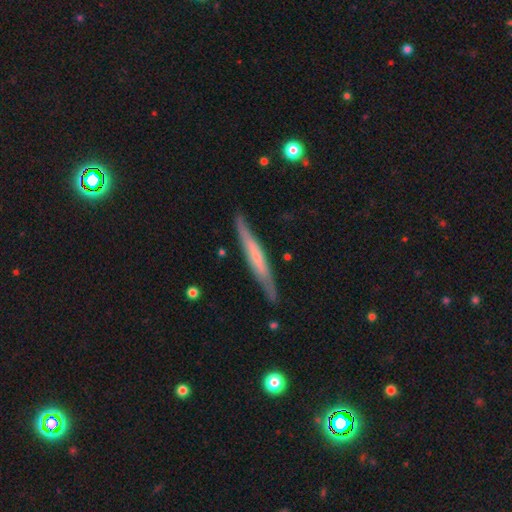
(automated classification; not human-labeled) This appears to be a featured or disk galaxy (55%) viewed edge-on (89%). Merging: none (82%).